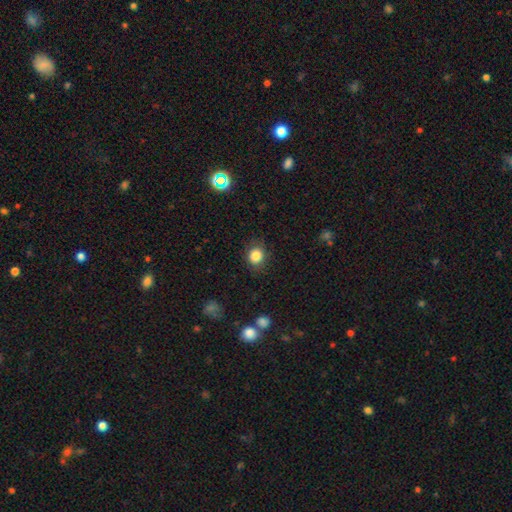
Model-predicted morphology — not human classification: smooth_or_featured: smooth (p=0.84) [alt: star or artifact p=0.11]
how_rounded: round (p=0.73) [alt: in between p=0.26]
merging: none (p=0.83) [alt: minor disturbance p=0.12]